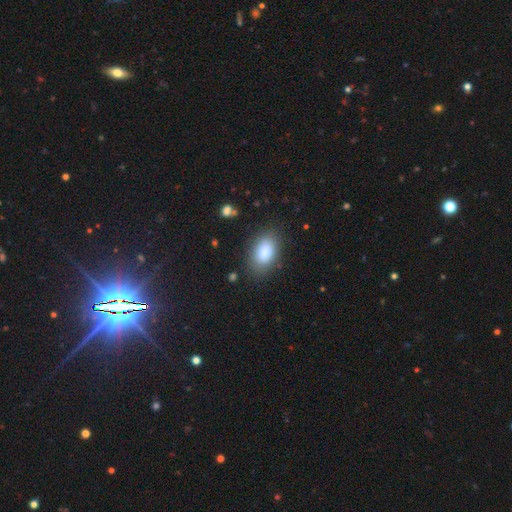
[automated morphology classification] This appears to be a smooth galaxy with no disk features (66%) that is in between round and cigar-shaped (89%). Merging: none (87%).